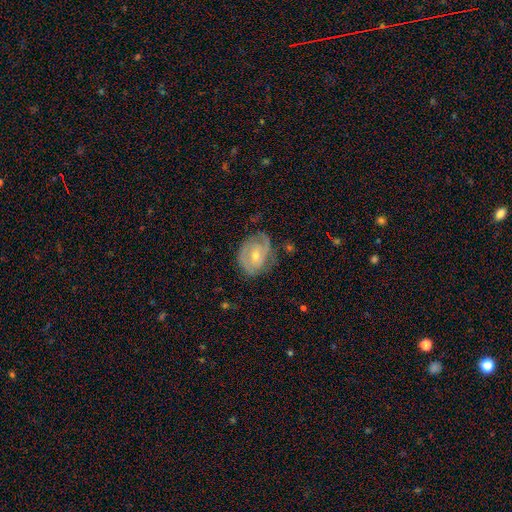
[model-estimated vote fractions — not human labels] This appears to be a featured or disk galaxy (77%) with no bar (59%), 2 (53%) tight (58%) spiral arms (89%) and a moderate central bulge (52%). Merging: none (65%).